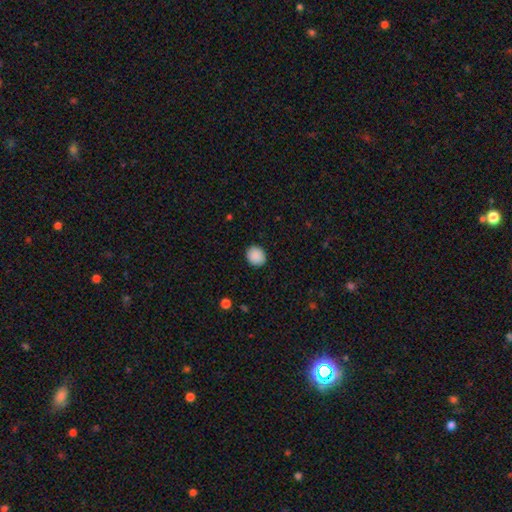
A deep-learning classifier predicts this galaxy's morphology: Smooth or featured: smooth — 90% (star or artifact — 8%)
How rounded: round — 82% (in between — 18%)
Merging: none — 91% (minor disturbance — 7%)